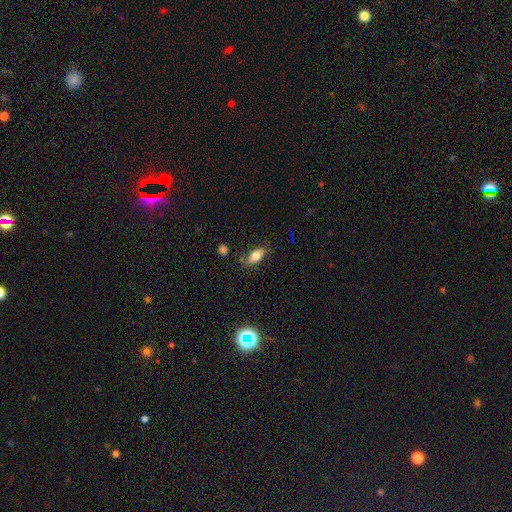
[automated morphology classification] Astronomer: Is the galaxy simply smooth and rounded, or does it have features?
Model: smooth — 77%.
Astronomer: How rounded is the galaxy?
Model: in between — 85%.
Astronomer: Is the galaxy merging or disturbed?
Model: none — 78%.